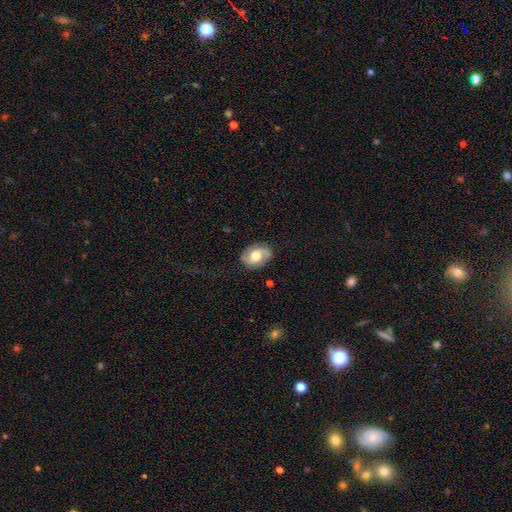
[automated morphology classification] Overall: featured or disk (63%; smooth 30%). Edge-on disk: no (97%). Bar: no (60%; weak 33%). Spiral arms: yes (90%). Spiral arm count: 2 (84%). Spiral winding: medium (45%; loose 29%). Bulge size: moderate (50%; large 35%). Merging: none (79%).